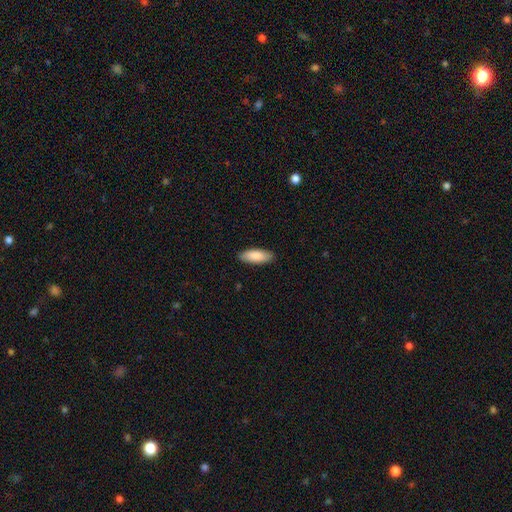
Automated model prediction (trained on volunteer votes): A smooth galaxy with no disk features (88%) that is in between round and cigar-shaped (71%).

Vote fractions:
- Smooth or featured? smooth: 88% / featured or disk: 7% / star or artifact: 5%
- How rounded? in between: 71% / cigar-shaped: 27% / round: 2%
- Merging? none: 89% / minor disturbance: 8% / major disturbance: 2% / merger: 1%